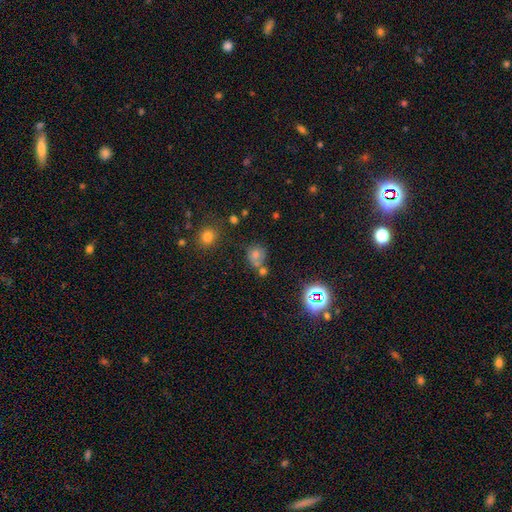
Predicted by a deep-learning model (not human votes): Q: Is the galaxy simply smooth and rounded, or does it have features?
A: smooth — 68%.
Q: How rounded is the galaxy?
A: round — 76%.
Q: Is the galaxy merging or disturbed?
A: none — 48%.